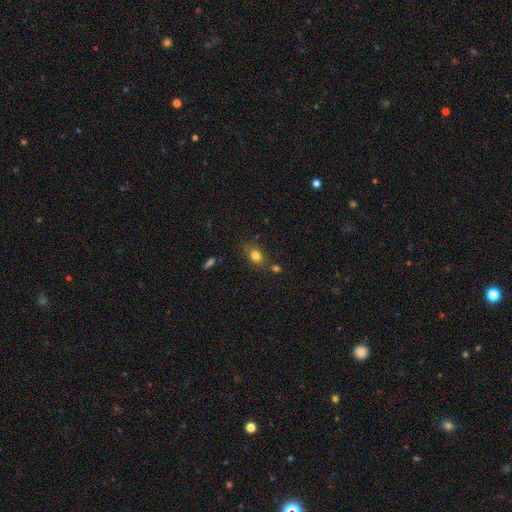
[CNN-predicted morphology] smooth-or-featured: smooth: 79% | star or artifact: 11% | featured or disk: 10%
  how-rounded: in between: 65% | round: 32% | cigar-shaped: 3%
  merging: none: 68% | minor disturbance: 18% | merger: 9% | major disturbance: 5%